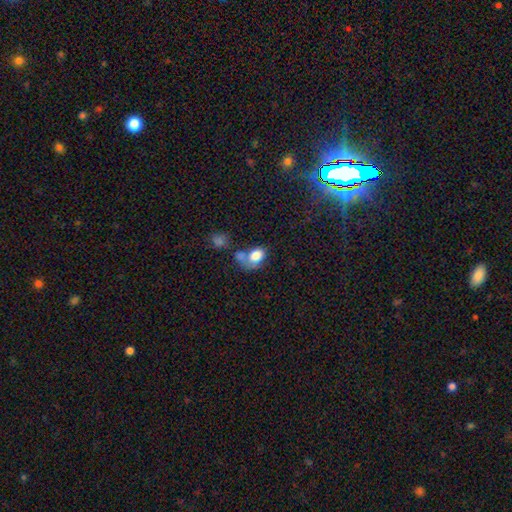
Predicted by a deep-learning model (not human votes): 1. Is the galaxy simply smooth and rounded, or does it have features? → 79% smooth, 12% featured or disk, 9% star or artifact.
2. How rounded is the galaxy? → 74% in between, 25% round, 1% cigar-shaped.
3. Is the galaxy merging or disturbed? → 36% merger, 34% none, 18% minor disturbance, 13% major disturbance.